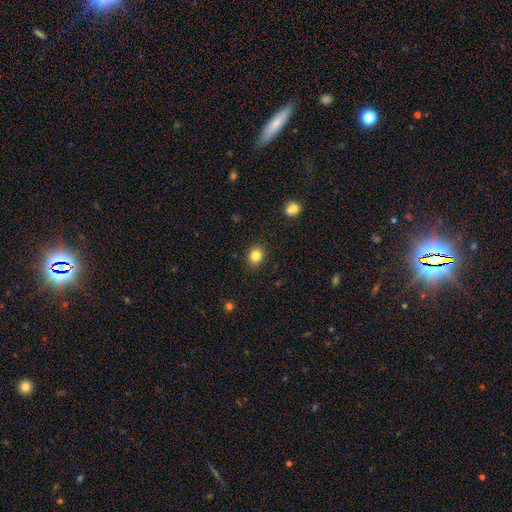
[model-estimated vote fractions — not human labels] A smooth galaxy with no disk features (84%) that is round (59%).

Vote fractions:
- Smooth or featured? smooth: 84% / star or artifact: 11% / featured or disk: 6%
- How rounded? round: 59% / in between: 40% / cigar-shaped: 1%
- Merging? none: 88% / minor disturbance: 9% / major disturbance: 2% / merger: 1%